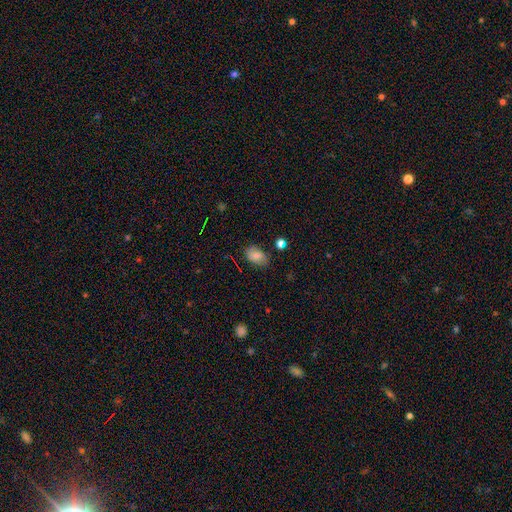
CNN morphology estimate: A smooth galaxy with no disk features (78%) that is in between round and cigar-shaped (85%). Merging: none (73%).